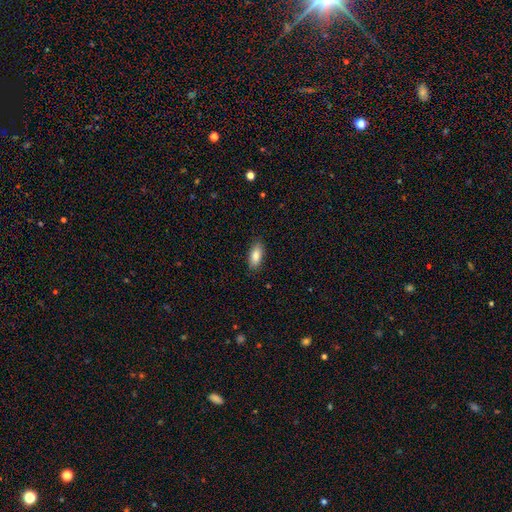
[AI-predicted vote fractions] This is clearly a smooth galaxy (85%). How rounded: clearly in between (86%). Merging: clearly none (87%).